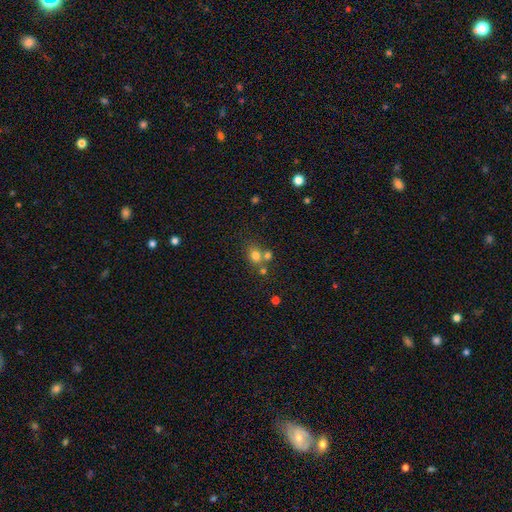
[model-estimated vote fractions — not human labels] Smooth or featured? Predicted: smooth (p=0.74). How rounded? Predicted: round (p=0.69). Merging? Predicted: none (p=0.52).